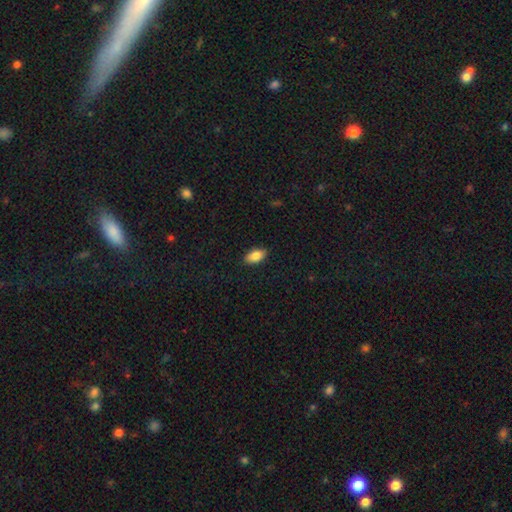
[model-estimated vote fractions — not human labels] Q: Smooth or featured?
A: smooth (85%); runner-up: star or artifact (7%)
Q: How rounded?
A: in between (92%); runner-up: cigar-shaped (4%)
Q: Merging?
A: none (88%); runner-up: minor disturbance (9%)